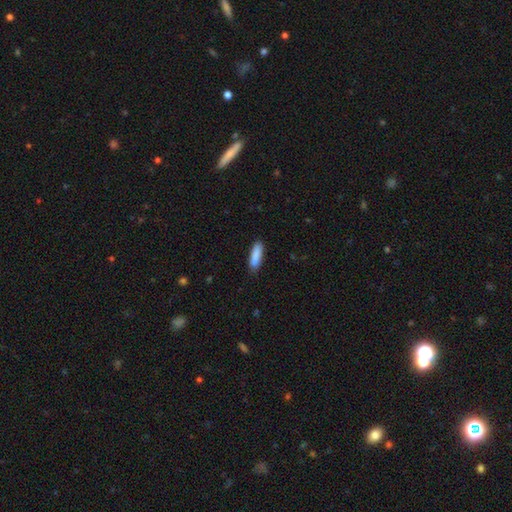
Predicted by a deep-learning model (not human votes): smooth-or-featured: smooth: 88% | featured or disk: 6% | star or artifact: 6%
  how-rounded: cigar-shaped: 63% | in between: 36% | round: 1%
  merging: none: 86% | minor disturbance: 11% | major disturbance: 2% | merger: 1%